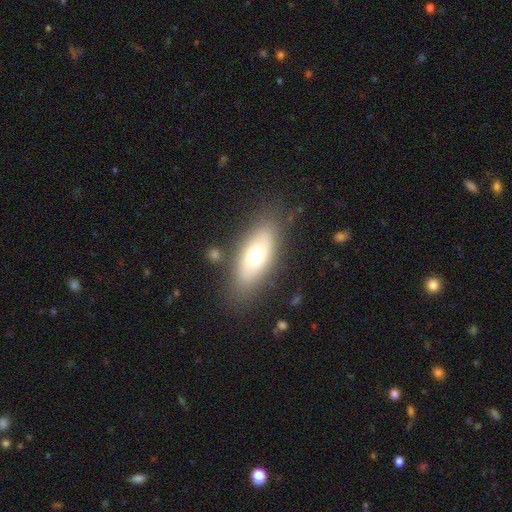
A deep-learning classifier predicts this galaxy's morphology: A smooth galaxy with no disk features (63%) that is in between round and cigar-shaped (79%). Merging: none (81%).